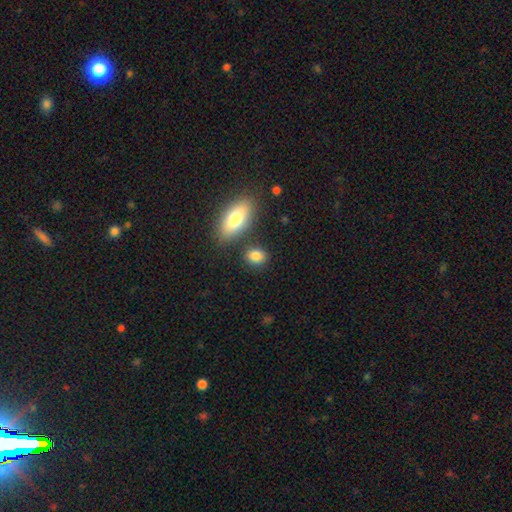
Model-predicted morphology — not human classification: Smooth or featured? smooth (85%)
How rounded? in between (63%)
Merging? none (76%)